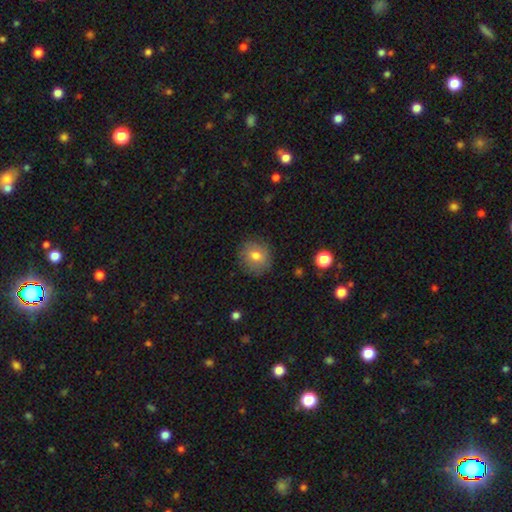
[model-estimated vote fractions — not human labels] A smooth galaxy with no disk features (75%) that is round (84%). Merging: none (84%).